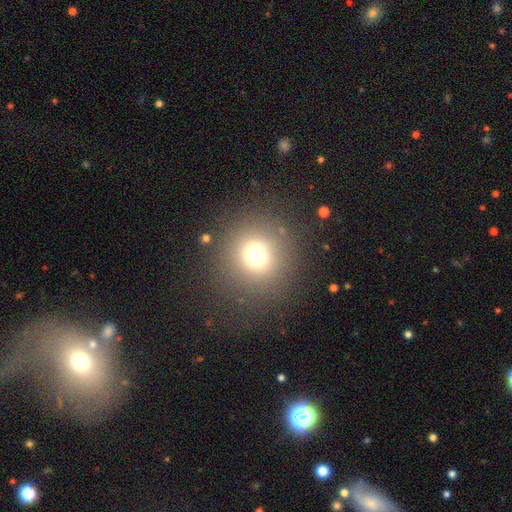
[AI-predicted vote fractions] Q: Smooth or featured?
A: smooth (68%); runner-up: star or artifact (22%)
Q: How rounded?
A: round (94%); runner-up: in between (5%)
Q: Merging?
A: none (86%); runner-up: minor disturbance (7%)